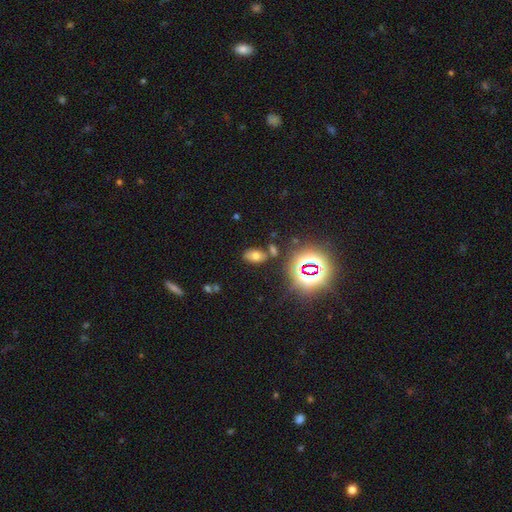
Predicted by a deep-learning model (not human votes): This is possibly a smooth galaxy (56%). How rounded: clearly in between (89%). Merging: likely none (75%).